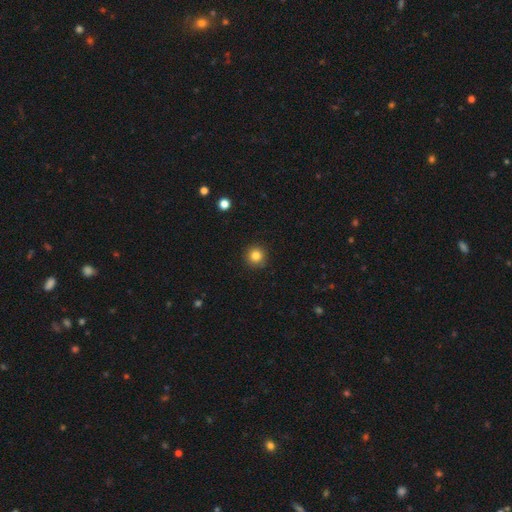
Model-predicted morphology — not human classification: A smooth galaxy with no disk features (83%) that is round (95%). Merging: none (92%).